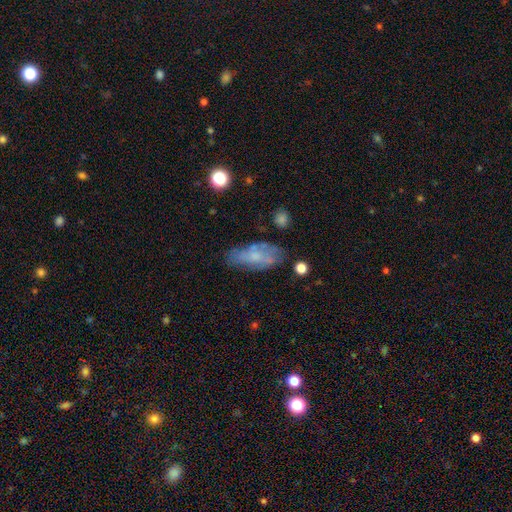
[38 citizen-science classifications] Smooth or featured: featured or disk — 55% (smooth — 42%)
Edge-on disk: no — 86% (yes — 14%)
Bar: no — 78% (weak — 17%)
Spiral arms: no — 67% (yes — 33%)
Bulge size: small — 44% (moderate — 33%)
Merging: none — 59% (minor disturbance — 24%)